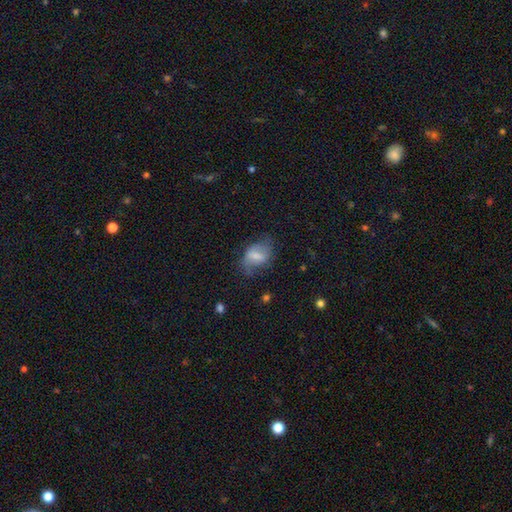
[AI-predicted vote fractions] This appears to be a smooth galaxy with no disk features (51%) that is in between round and cigar-shaped (78%). Merging: none (49%).